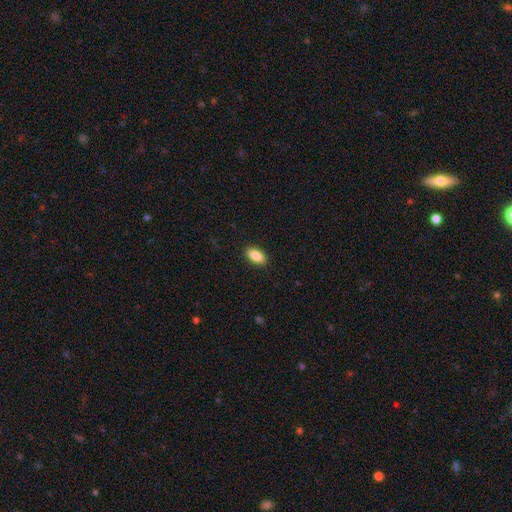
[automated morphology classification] The model was most divided on "smooth or featured": smooth: 86%, star or artifact: 7%, featured or disk: 7%. More confident: merging — none (90%); how rounded — in between (89%).